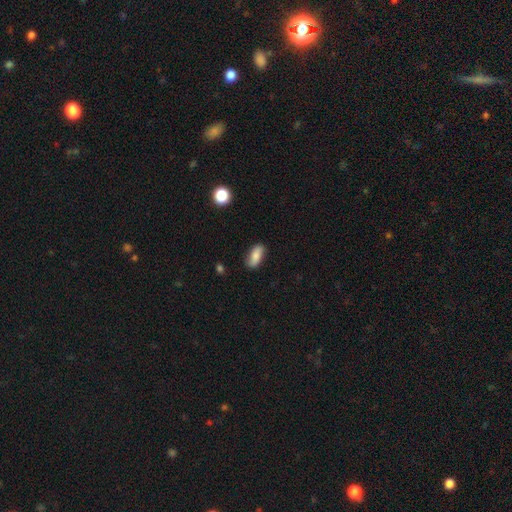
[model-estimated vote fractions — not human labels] This appears to be a smooth galaxy with no disk features (79%) that is in between round and cigar-shaped (84%). Merging: none (83%).